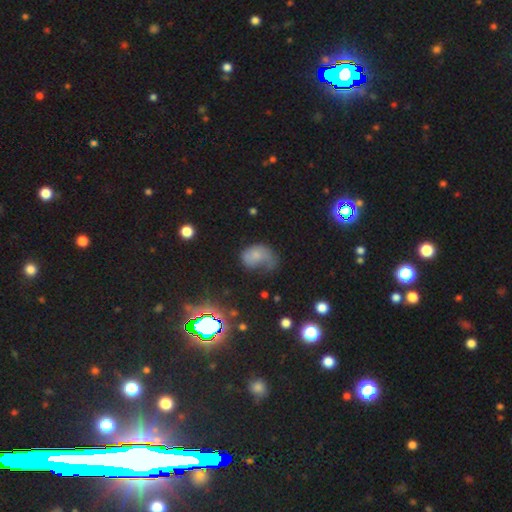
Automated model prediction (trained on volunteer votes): The model was most divided on "merging": major disturbance: 45%, minor disturbance: 27%, none: 23%, merger: 5%. More confident: how rounded — in between (71%); smooth or featured — smooth (55%).